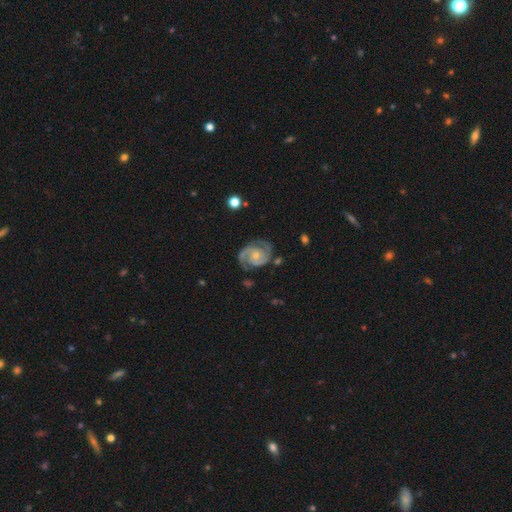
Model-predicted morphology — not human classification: The model was most divided on "spiral winding": tight: 47%, medium: 46%, loose: 7%. More confident: spiral arms — yes (98%); edge-on disk — no (98%); smooth or featured — featured or disk (91%); spiral arm count — 2 (89%); merging — none (77%); bar — no (69%); bulge size — small (58%).